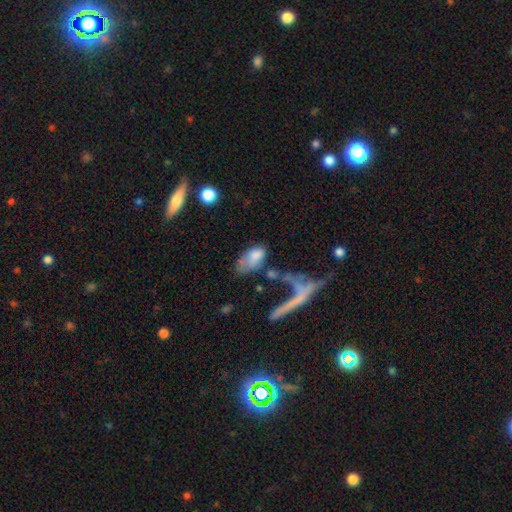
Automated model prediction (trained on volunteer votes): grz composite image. It shows a smooth galaxy with no disk features (69%) that is in between round and cigar-shaped (92%). Merging: major disturbance (32%).